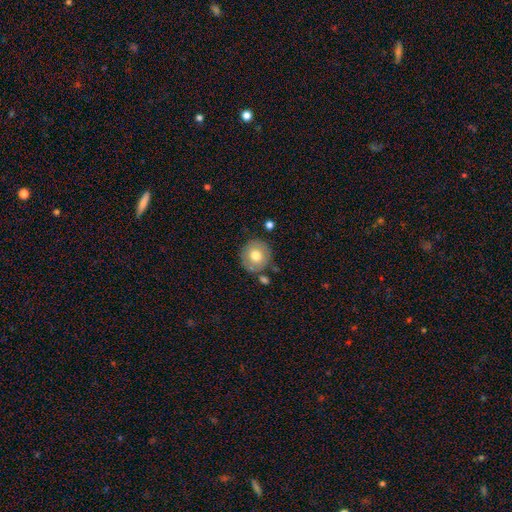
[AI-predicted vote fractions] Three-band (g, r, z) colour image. It shows a smooth galaxy with no disk features (73%) that is round (91%). Merging: none (79%).